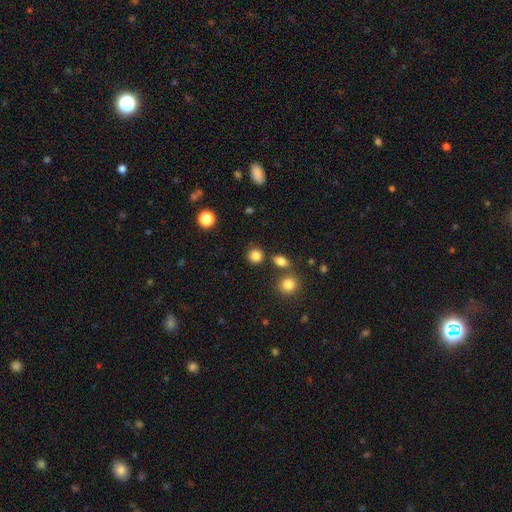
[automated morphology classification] This appears to be a smooth galaxy with no disk features (84%) that is round (86%). Merging: none (82%).